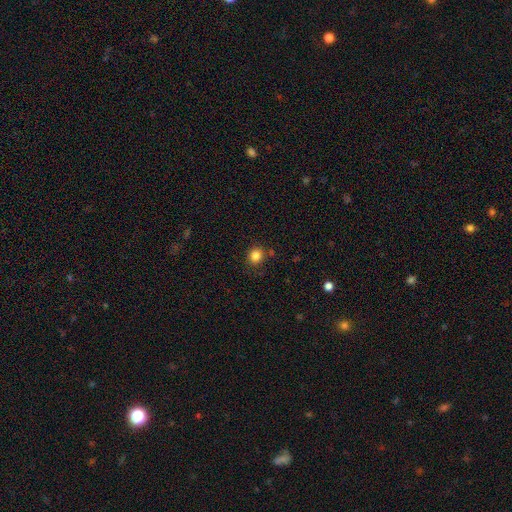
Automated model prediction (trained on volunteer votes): Smooth or featured? smooth (83%)
How rounded? round (79%)
Merging? none (85%)